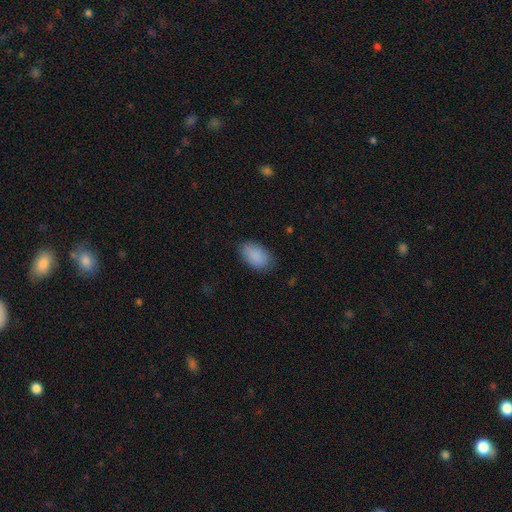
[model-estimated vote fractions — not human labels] This is clearly a smooth galaxy (89%). How rounded: clearly in between (92%). Merging: likely none (78%).